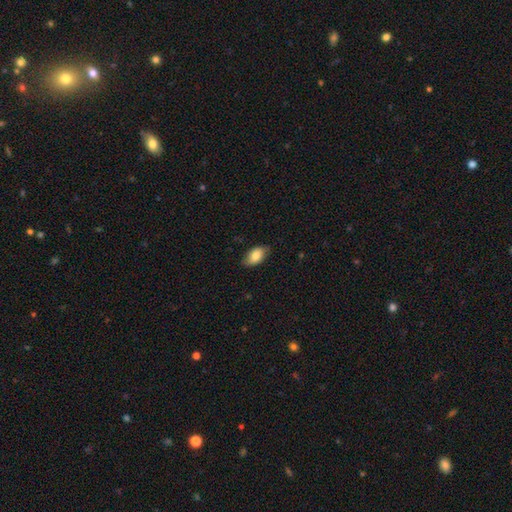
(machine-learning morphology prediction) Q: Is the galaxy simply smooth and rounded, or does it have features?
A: smooth — 82%.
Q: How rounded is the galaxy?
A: in between — 93%.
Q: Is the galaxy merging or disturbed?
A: none — 81%.